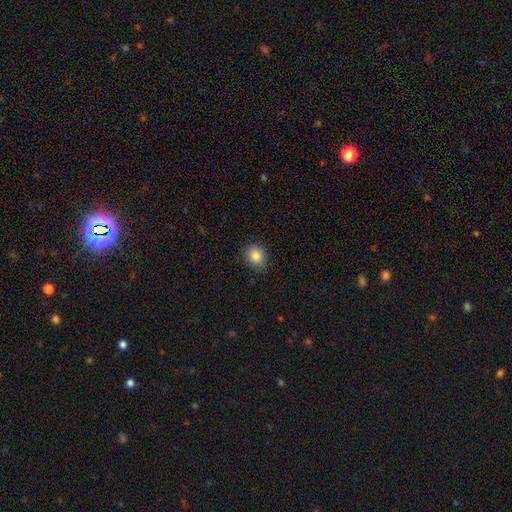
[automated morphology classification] Smooth or featured? Predicted: smooth (p=0.86). How rounded? Predicted: round (p=0.71). Merging? Predicted: none (p=0.82).